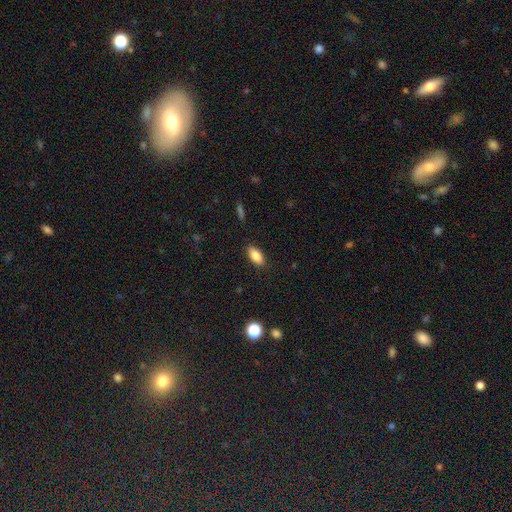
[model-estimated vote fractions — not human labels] This appears to be a smooth galaxy with no disk features (86%) that is in between round and cigar-shaped (90%). Merging: none (88%).